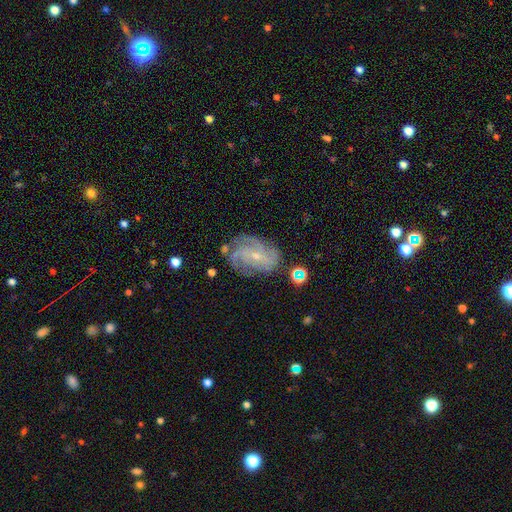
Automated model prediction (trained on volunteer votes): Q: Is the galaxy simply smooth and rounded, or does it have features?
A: featured or disk — 84%.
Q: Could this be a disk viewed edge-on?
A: no — 97%.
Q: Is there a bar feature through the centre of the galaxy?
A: no — 46%.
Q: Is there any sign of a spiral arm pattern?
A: yes — 95%.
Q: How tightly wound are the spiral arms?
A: tight — 46%.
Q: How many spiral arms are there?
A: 3 — 25%, tied with 4.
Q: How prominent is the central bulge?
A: small — 75%.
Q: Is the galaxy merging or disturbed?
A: none — 67%.